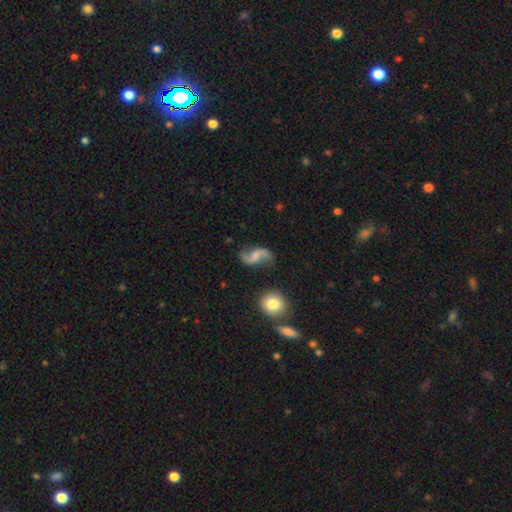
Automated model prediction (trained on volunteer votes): Smooth or featured? featured or disk (82%)
Edge-on disk? no (98%)
Bar? no (45%)
Spiral arms? yes (95%)
Spiral winding? loose (86%)
Spiral arm count? 2 (94%)
Bulge size? none (43%)
Merging? none (75%)